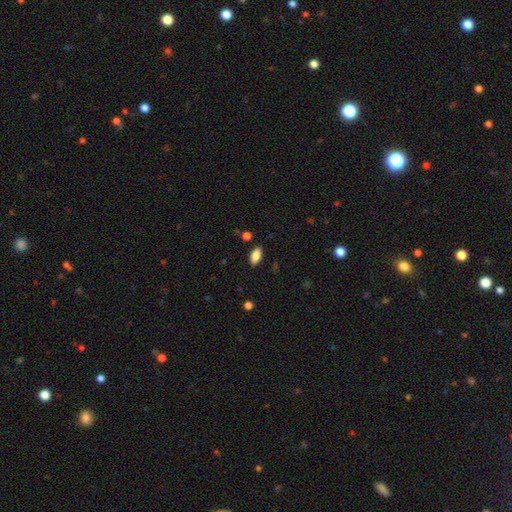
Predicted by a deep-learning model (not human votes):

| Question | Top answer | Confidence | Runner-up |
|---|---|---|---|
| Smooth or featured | smooth | 86% | star or artifact (8%) |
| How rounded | in between | 91% | cigar-shaped (6%) |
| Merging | none | 87% | minor disturbance (9%) |